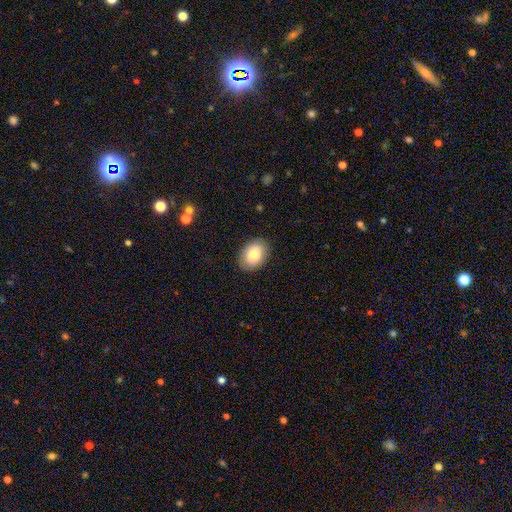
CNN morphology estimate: A smooth galaxy with no disk features (79%) that is in between round and cigar-shaped (77%).

Vote fractions:
- Smooth or featured? smooth: 79% / featured or disk: 13% / star or artifact: 8%
- How rounded? in between: 77% / round: 22% / cigar-shaped: 1%
- Merging? none: 87% / minor disturbance: 10% / major disturbance: 2% / merger: 1%